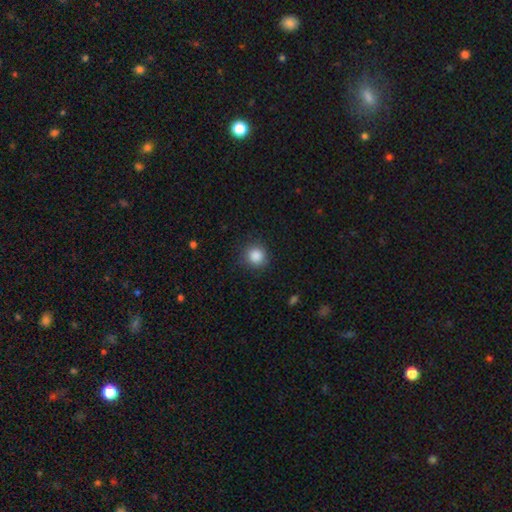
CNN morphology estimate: smooth 87%, star or artifact 10%, featured or disk 3%. Down the decision tree: how rounded — round (91%); merging — none (85%).